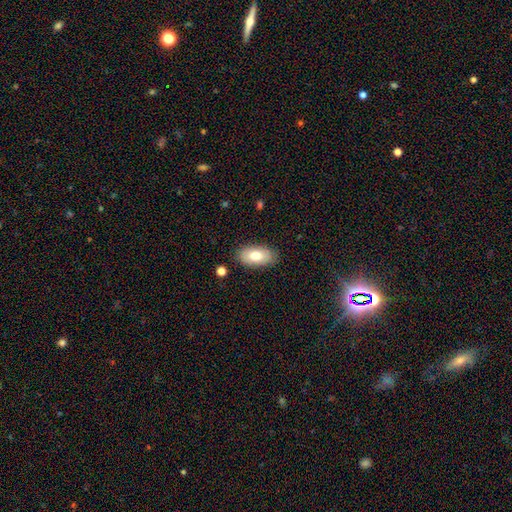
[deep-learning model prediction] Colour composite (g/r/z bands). It shows a smooth galaxy with no disk features (78%) that is in between round and cigar-shaped (93%). Merging: none (86%).